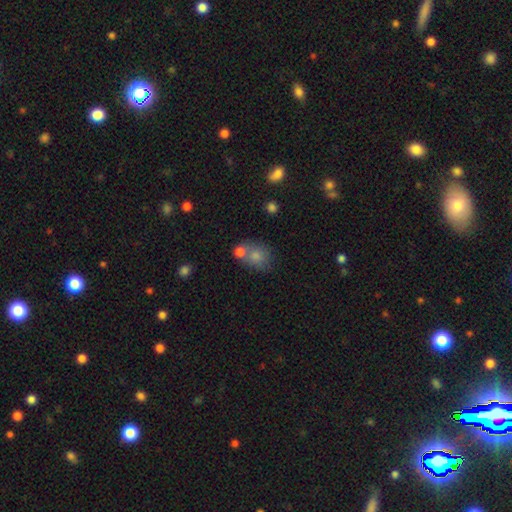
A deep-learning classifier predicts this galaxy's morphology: Smooth or featured?
  - smooth: 77% *
  - featured or disk: 13%
  - star or artifact: 10%
How rounded?
  - round: 53% *
  - in between: 46%
  - cigar-shaped: 1%
Merging?
  - none: 42% *
  - merger: 36%
  - minor disturbance: 15%
  - major disturbance: 7%